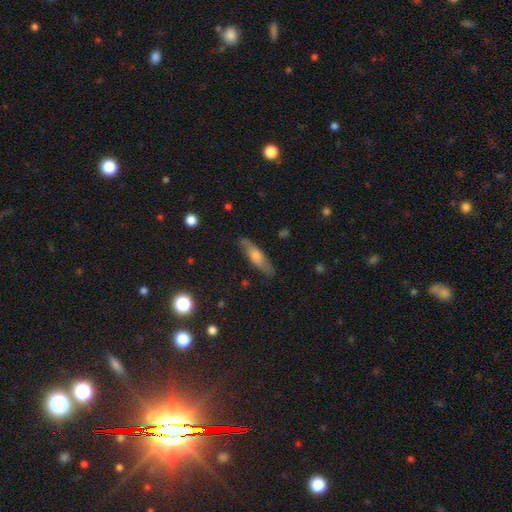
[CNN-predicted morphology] A smooth galaxy with no disk features (53%) that is cigar-shaped (65%). Merging: none (82%).